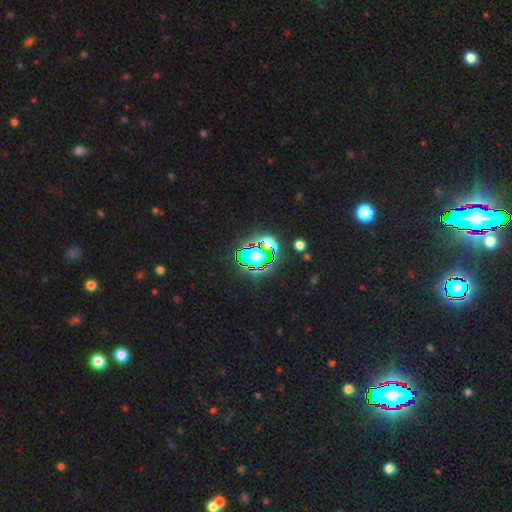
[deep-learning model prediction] Smooth or featured: star or artifact — 65% (smooth — 22%)